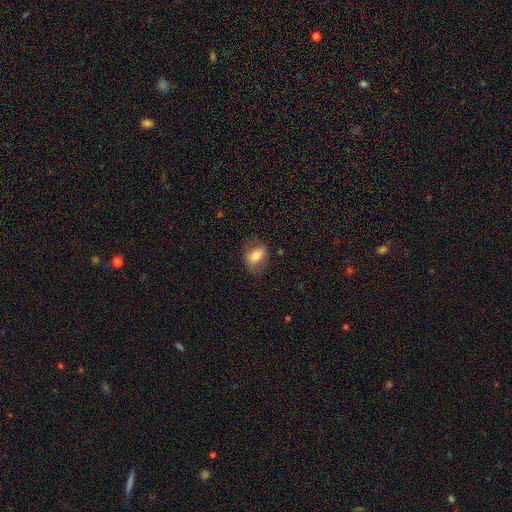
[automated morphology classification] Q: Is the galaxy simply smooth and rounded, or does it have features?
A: smooth — 73%.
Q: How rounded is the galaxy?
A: in between — 72%.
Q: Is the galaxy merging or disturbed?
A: none — 72%.